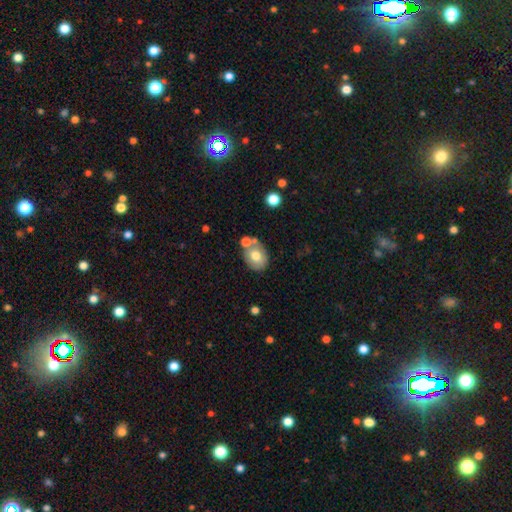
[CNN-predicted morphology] smooth-or-featured: smooth: 69% | featured or disk: 22% | star or artifact: 9%
  how-rounded: in between: 61% | round: 38% | cigar-shaped: 1%
  merging: none: 60% | merger: 21% | minor disturbance: 15% | major disturbance: 4%